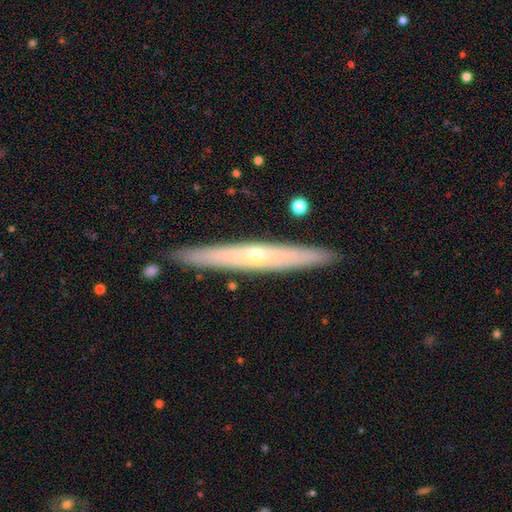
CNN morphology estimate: Smooth or featured? Predicted: featured or disk (p=0.65). Edge-on disk? Predicted: yes (p=0.91). Edge-on bulge? Predicted: rounded (p=0.64). Merging? Predicted: none (p=0.90).